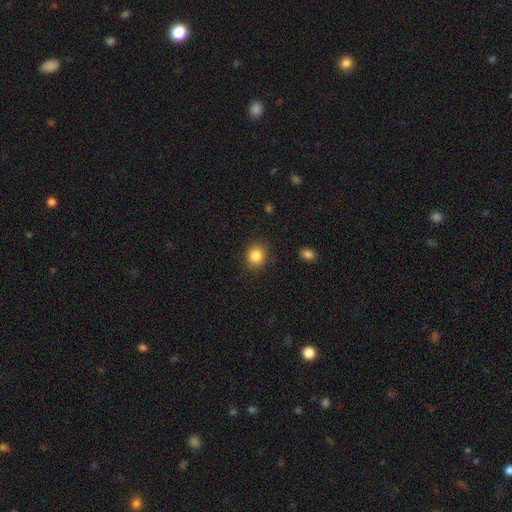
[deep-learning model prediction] Smooth or featured? smooth (85%)
How rounded? round (78%)
Merging? none (88%)